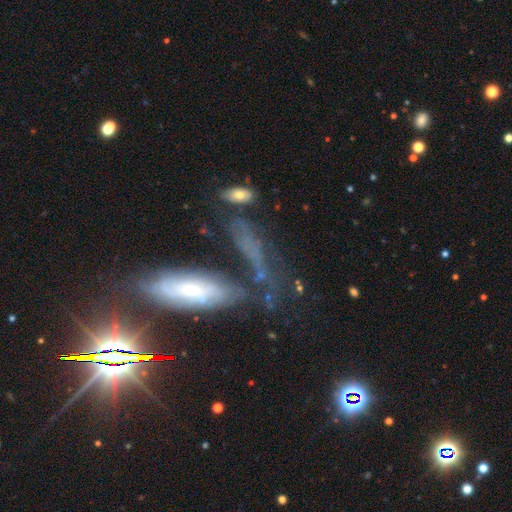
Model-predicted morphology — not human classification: This is marginally a featured or disk galaxy (38%). Merging: possibly none (51%).